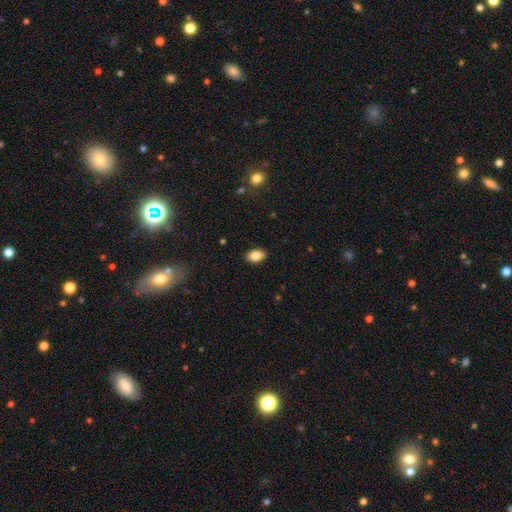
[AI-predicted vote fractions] smooth_or_featured: smooth (p=0.85) [alt: star or artifact p=0.08]
how_rounded: in between (p=0.89) [alt: round p=0.10]
merging: none (p=0.89) [alt: minor disturbance p=0.08]